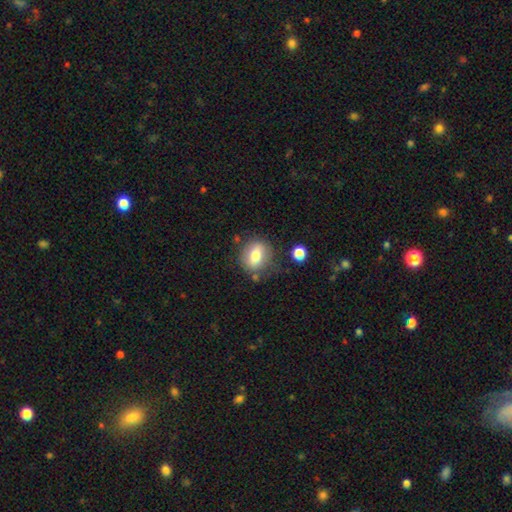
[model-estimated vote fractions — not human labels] Smooth or featured? smooth (73%)
How rounded? in between (51%)
Merging? none (73%)